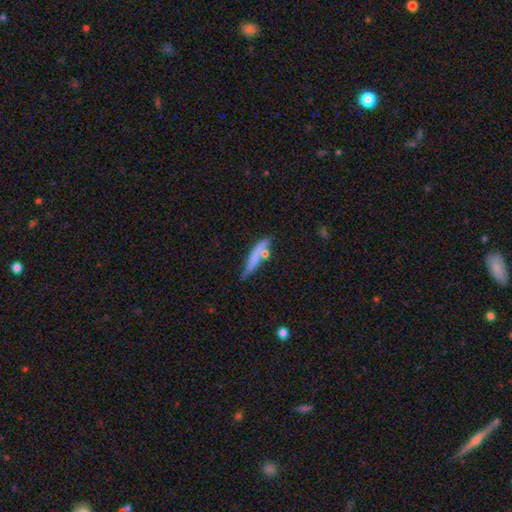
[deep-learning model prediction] A smooth galaxy with no disk features (54%) that is cigar-shaped (83%).

Vote fractions:
- Smooth or featured? smooth: 54% / featured or disk: 39% / star or artifact: 7%
- How rounded? cigar-shaped: 83% / in between: 14% / round: 3%
- Merging? none: 53% / minor disturbance: 22% / merger: 17% / major disturbance: 8%